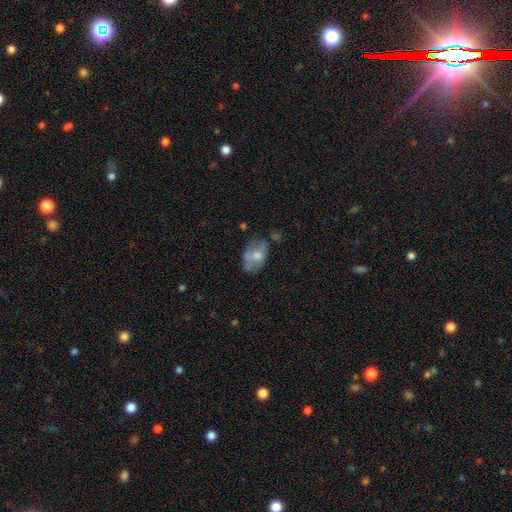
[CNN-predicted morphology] Smooth or featured? Predicted: smooth (p=0.57). How rounded? Predicted: in between (p=0.87). Merging? Predicted: none (p=0.53).